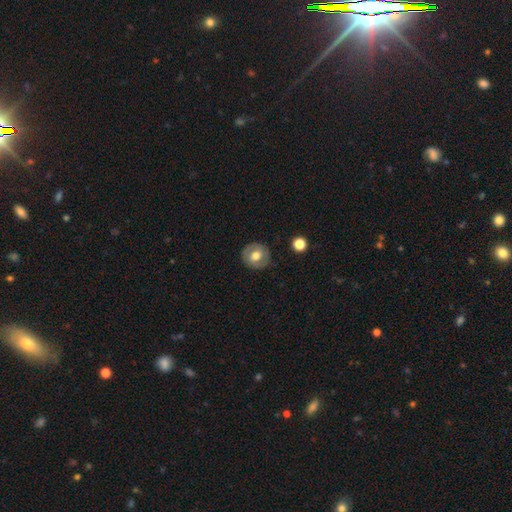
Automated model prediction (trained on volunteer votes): Q: Smooth or featured?
A: smooth (58%); runner-up: featured or disk (35%)
Q: How rounded?
A: round (88%); runner-up: in between (11%)
Q: Merging?
A: none (85%); runner-up: minor disturbance (11%)